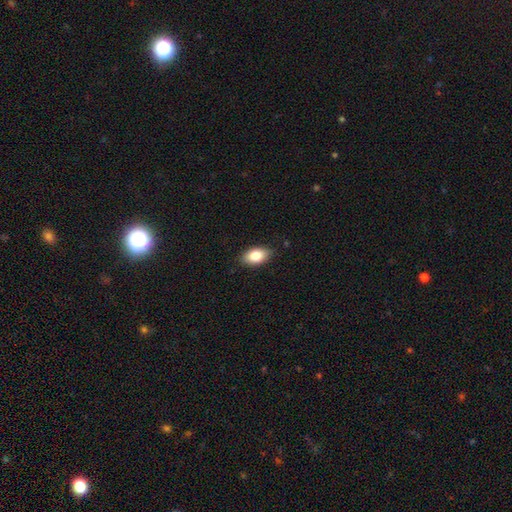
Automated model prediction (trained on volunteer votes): Smooth or featured: smooth — 84% (featured or disk — 9%)
How rounded: in between — 91% (round — 6%)
Merging: none — 85% (minor disturbance — 12%)